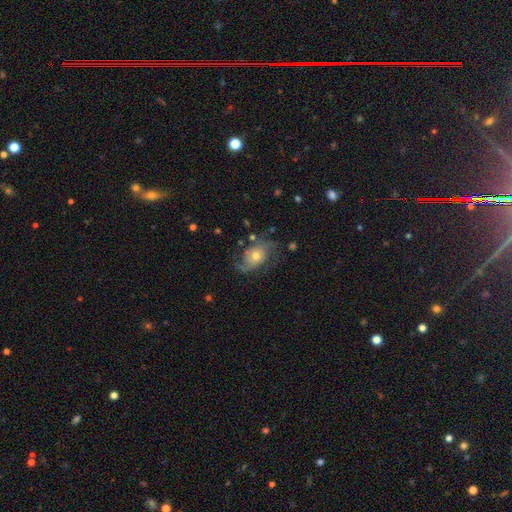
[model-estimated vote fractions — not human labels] The model was most divided on "spiral winding": loose: 42%, medium: 40%, tight: 18%. More confident: edge-on disk — no (96%); spiral arms — yes (91%); bar — no (77%); smooth or featured — featured or disk (74%); spiral arm count — 2 (68%); merging — none (62%); bulge size — moderate (58%).